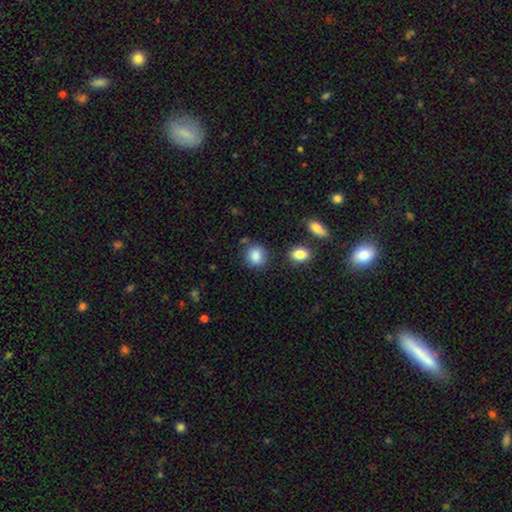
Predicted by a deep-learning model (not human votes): This appears to be a smooth galaxy with no disk features (88%) that is round (72%). Merging: none (79%).